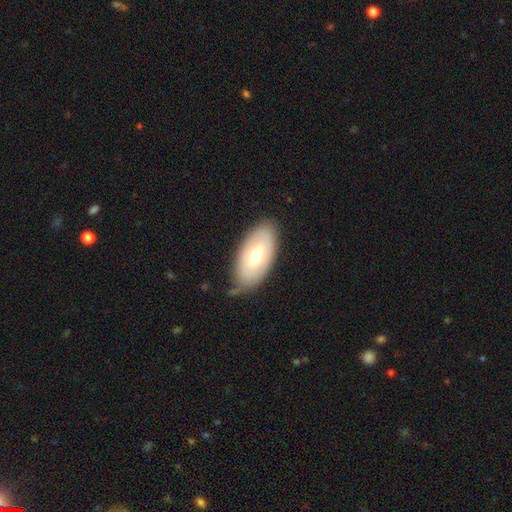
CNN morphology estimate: This is possibly a smooth galaxy (53%). How rounded: clearly in between (93%). Merging: likely none (73%).